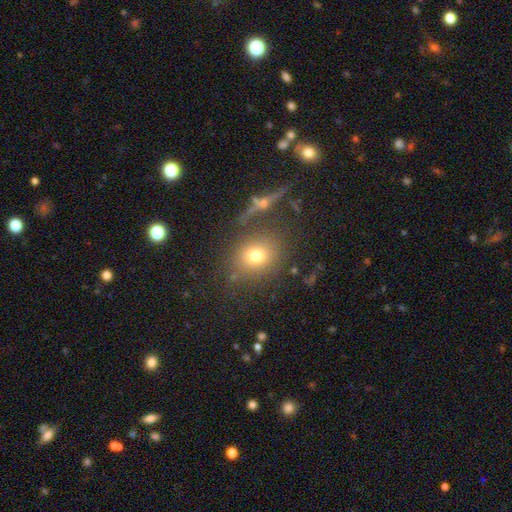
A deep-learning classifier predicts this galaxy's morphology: Smooth or featured: smooth — 69% (star or artifact — 17%)
How rounded: round — 69% (in between — 29%)
Merging: none — 76% (minor disturbance — 12%)